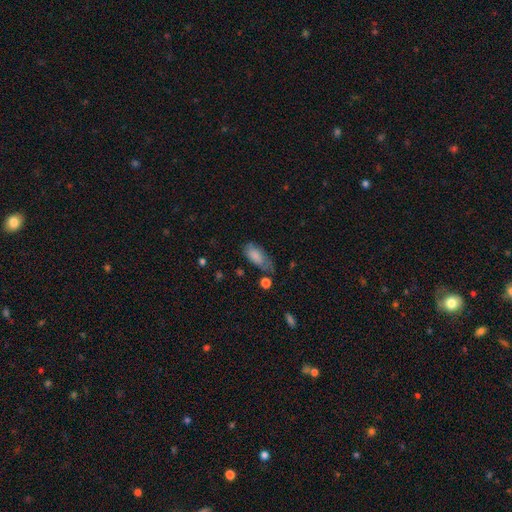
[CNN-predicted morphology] This is clearly a smooth galaxy (81%). How rounded: clearly in between (88%). Merging: possibly none (47%).